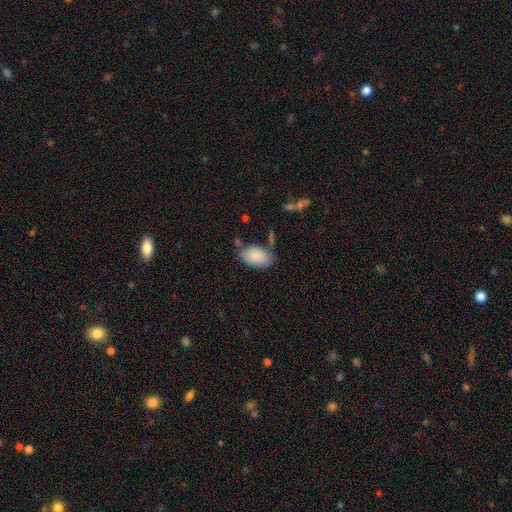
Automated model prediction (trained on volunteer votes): Smooth or featured? Predicted: smooth (p=0.87). How rounded? Predicted: in between (p=0.92). Merging? Predicted: none (p=0.67).